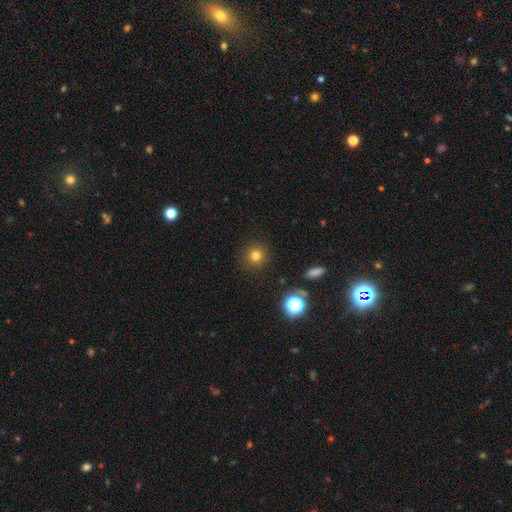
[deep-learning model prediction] smooth-or-featured: smooth: 77% | star or artifact: 16% | featured or disk: 7%
  how-rounded: round: 94% | in between: 5% | cigar-shaped: 1%
  merging: none: 91% | minor disturbance: 6% | major disturbance: 2% | merger: 1%